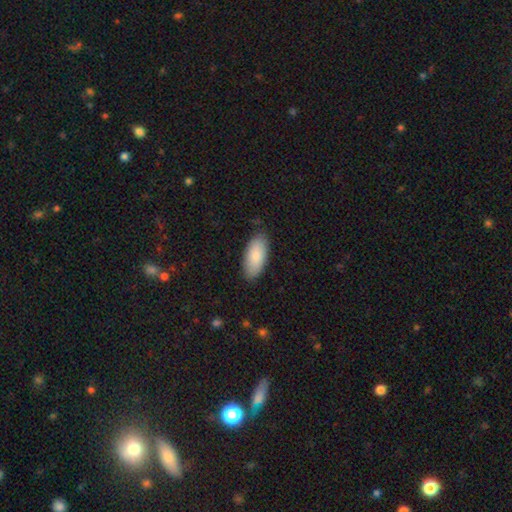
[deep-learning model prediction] Smooth or featured?
  - smooth: 87% *
  - featured or disk: 8%
  - star or artifact: 5%
How rounded?
  - in between: 92% *
  - cigar-shaped: 7%
  - round: 2%
Merging?
  - none: 84% *
  - minor disturbance: 13%
  - major disturbance: 2%
  - merger: 1%